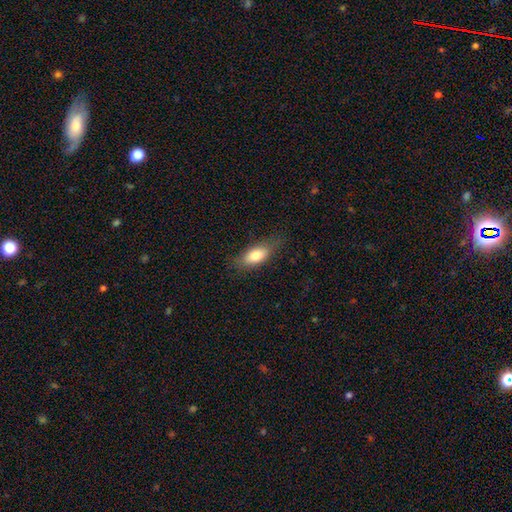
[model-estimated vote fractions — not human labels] This appears to be a smooth galaxy with no disk features (77%) that is in between round and cigar-shaped (79%). Merging: none (75%).